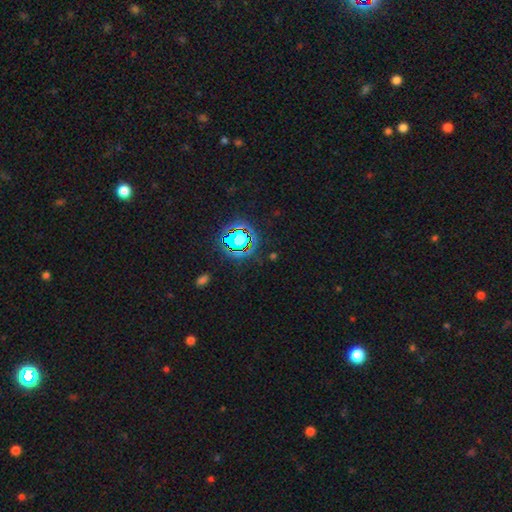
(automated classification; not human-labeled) Morphology: type=star or artifact (75%).